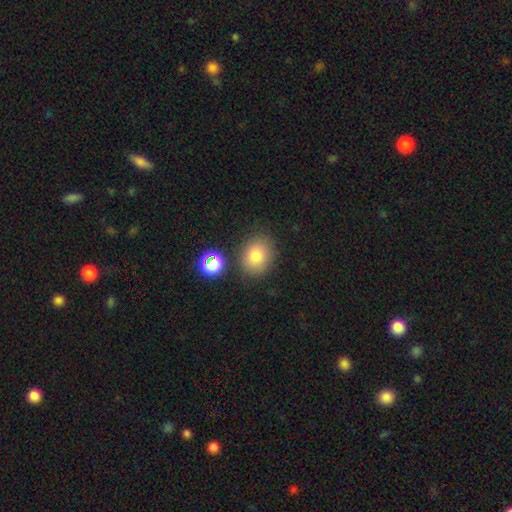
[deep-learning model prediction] A smooth galaxy with no disk features (80%) that is round (56%).

Vote fractions:
- Smooth or featured? smooth: 80% / star or artifact: 12% / featured or disk: 8%
- How rounded? round: 56% / in between: 43% / cigar-shaped: 1%
- Merging? none: 80% / minor disturbance: 11% / merger: 6% / major disturbance: 3%